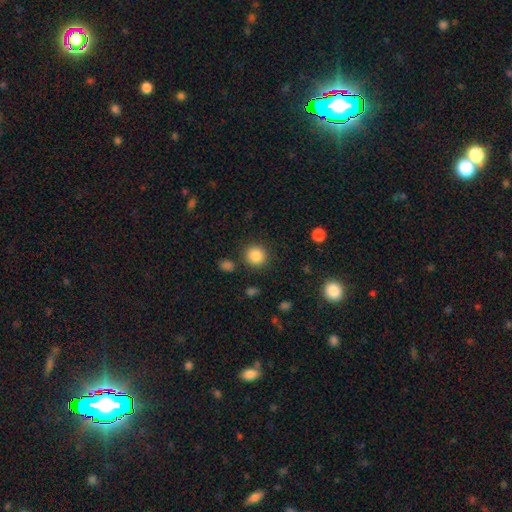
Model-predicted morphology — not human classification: This is clearly a smooth galaxy (86%). How rounded: clearly round (91%). Merging: clearly none (87%).